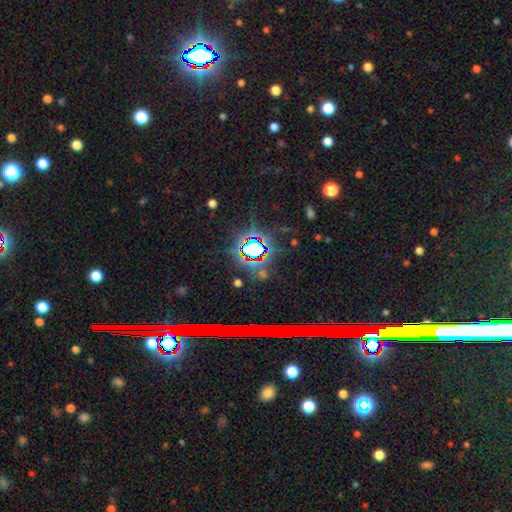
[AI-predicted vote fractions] This is likely a star or artifact rather than a galaxy (76%).